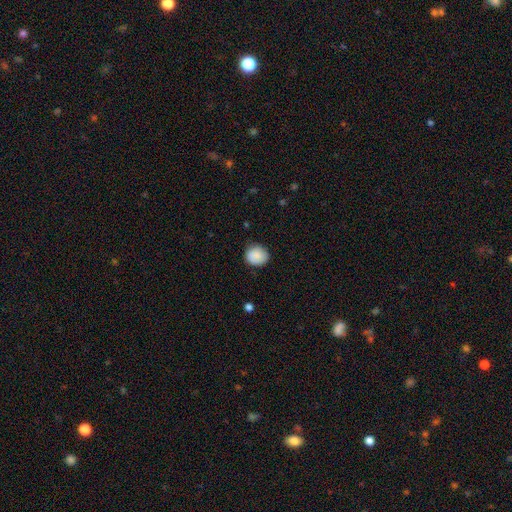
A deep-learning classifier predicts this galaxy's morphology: Smooth or featured? smooth (88%)
How rounded? round (79%)
Merging? none (82%)